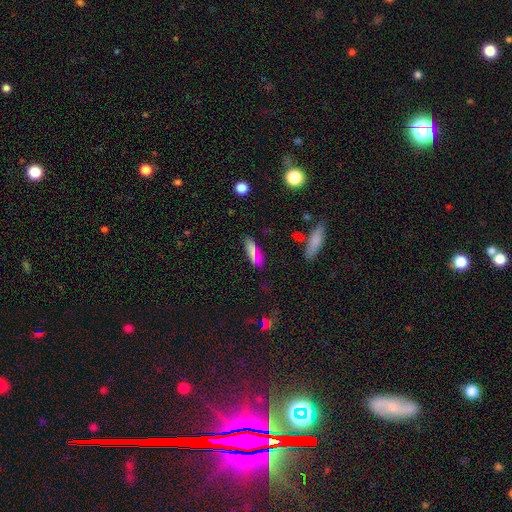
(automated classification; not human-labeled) smooth 76%, featured or disk 14%, star or artifact 11%. Down the decision tree: how rounded — cigar-shaped (51%); merging — none (77%).